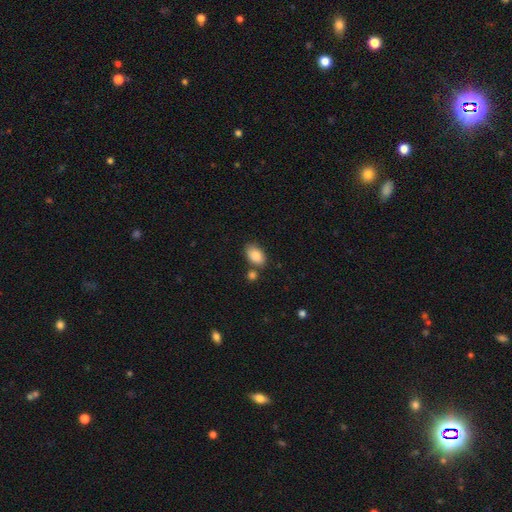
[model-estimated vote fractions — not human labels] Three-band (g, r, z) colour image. It shows a smooth galaxy with no disk features (87%) that is in between round and cigar-shaped (91%). Merging: none (70%).